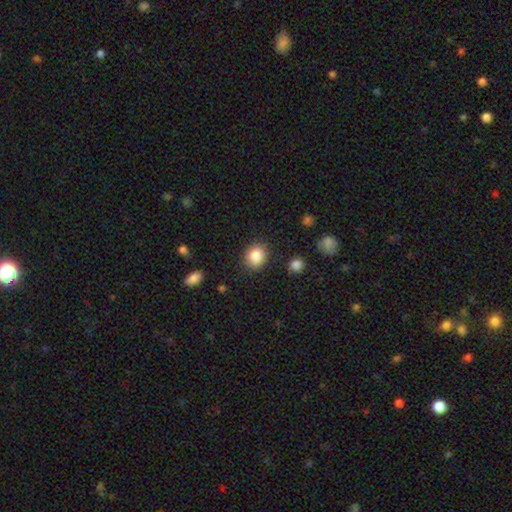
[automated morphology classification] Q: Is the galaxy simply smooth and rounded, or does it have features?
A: smooth — 86%.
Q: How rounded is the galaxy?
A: round — 68%.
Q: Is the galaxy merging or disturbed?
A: none — 86%.